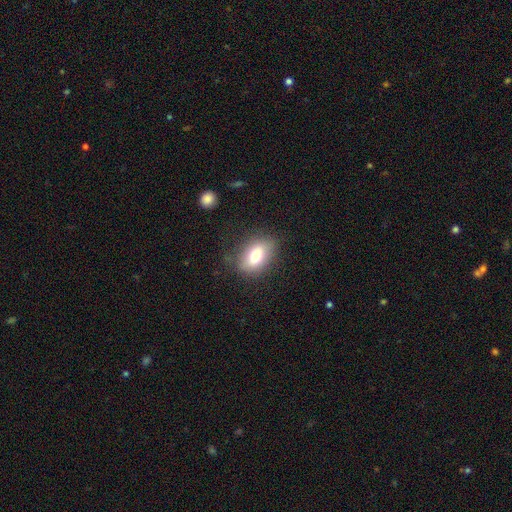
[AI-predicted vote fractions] This appears to be a smooth galaxy with no disk features (72%) that is in between round and cigar-shaped (82%). Merging: none (77%).